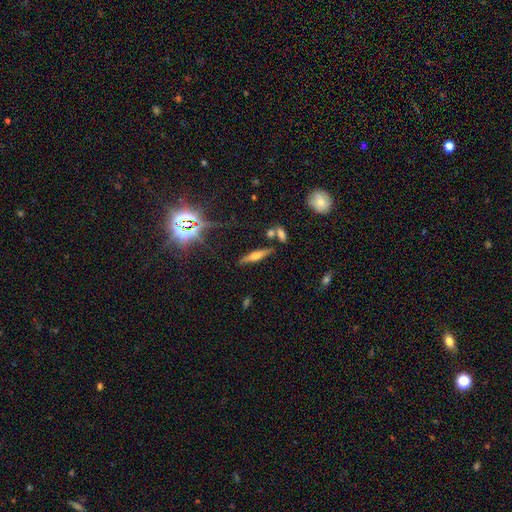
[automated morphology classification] Q: Smooth or featured?
A: featured or disk (54%); runner-up: smooth (33%)
Q: Edge-on disk?
A: yes (94%); runner-up: no (6%)
Q: Edge-on bulge?
A: rounded (86%); runner-up: boxy (9%)
Q: Merging?
A: none (80%); runner-up: minor disturbance (10%)